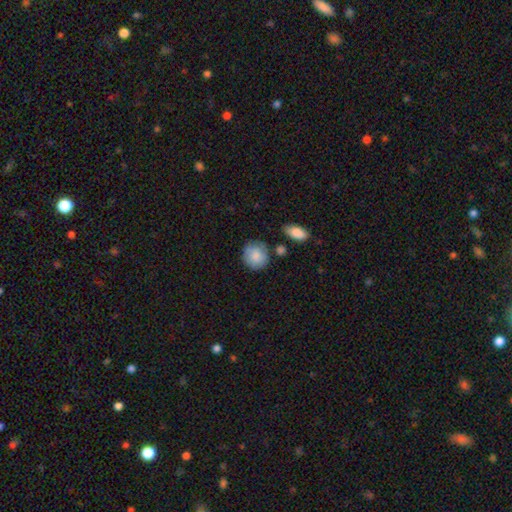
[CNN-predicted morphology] This appears to be a smooth galaxy with no disk features (81%) that is round (86%). Merging: none (73%).